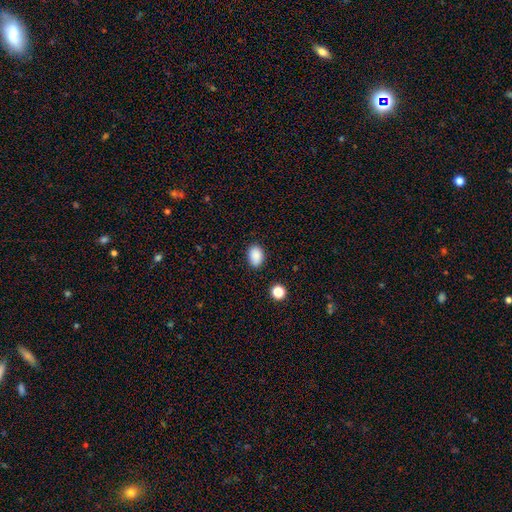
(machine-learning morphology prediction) A smooth galaxy with no disk features (88%) that is in between round and cigar-shaped (80%).

Vote fractions:
- Smooth or featured? smooth: 88% / star or artifact: 9% / featured or disk: 4%
- How rounded? in between: 80% / round: 19% / cigar-shaped: 1%
- Merging? none: 84% / minor disturbance: 12% / major disturbance: 3% / merger: 2%